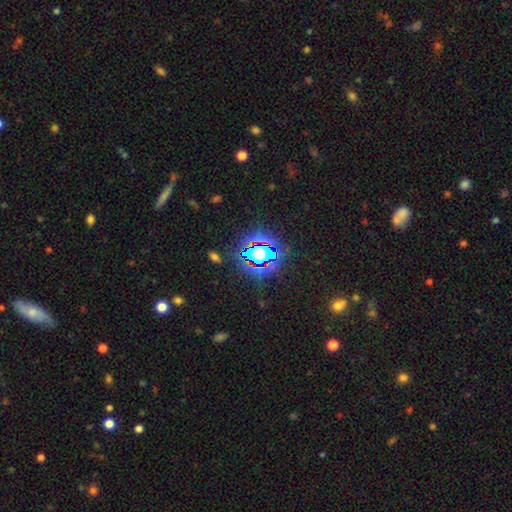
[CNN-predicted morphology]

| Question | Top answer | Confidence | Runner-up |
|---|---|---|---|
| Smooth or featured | star or artifact | 78% | smooth (13%) |